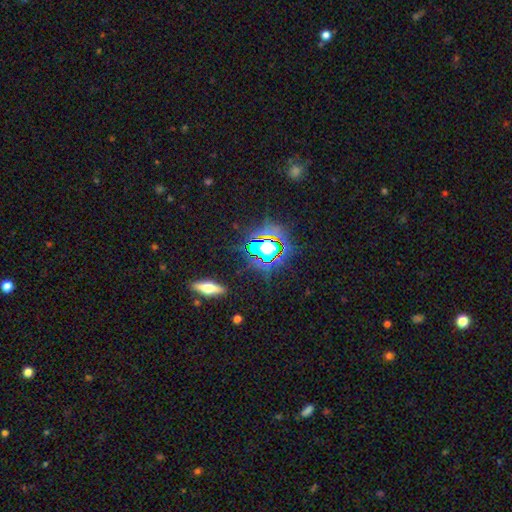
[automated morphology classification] Overall: star or artifact (68%).